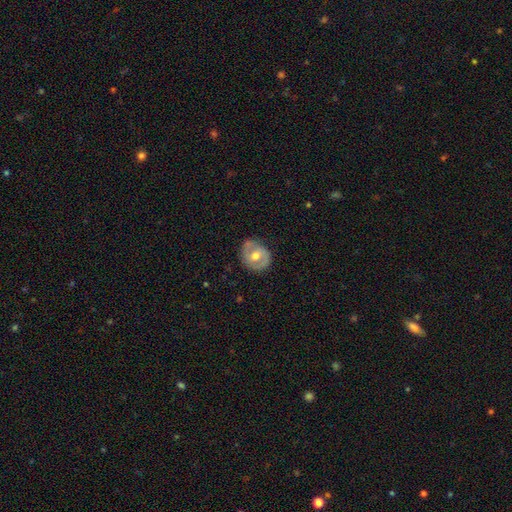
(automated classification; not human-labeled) Morphology: type=featured or disk (59%); edge-on=no (96%); bar=no (46%); spiral arms=yes (56%); bulge=moderate (75%); merging=none (77%).